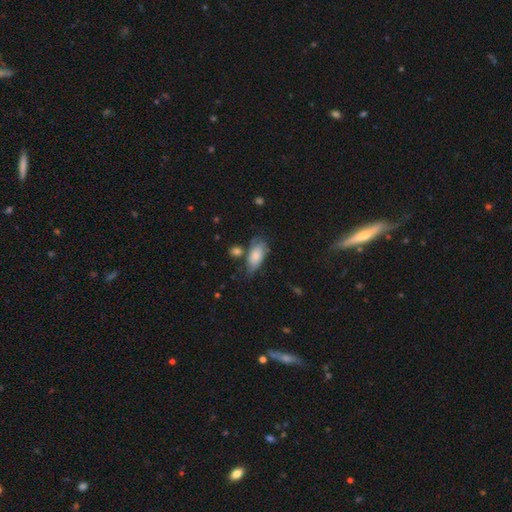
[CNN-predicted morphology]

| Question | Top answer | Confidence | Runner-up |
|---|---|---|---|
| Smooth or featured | smooth | 72% | featured or disk (21%) |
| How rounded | in between | 87% | cigar-shaped (9%) |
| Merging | none | 49% | minor disturbance (28%) |